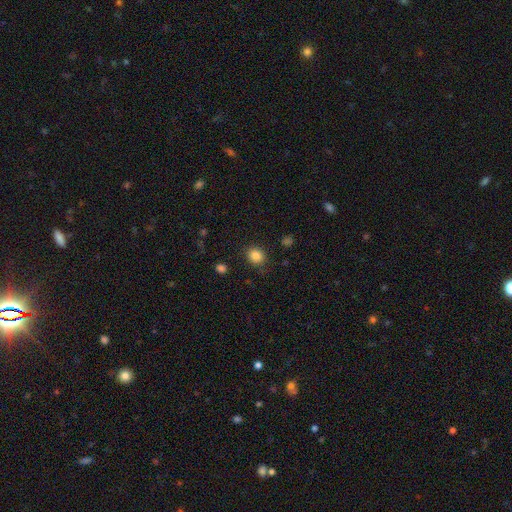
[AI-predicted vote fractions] Q: Smooth or featured?
A: smooth (85%); runner-up: star or artifact (11%)
Q: How rounded?
A: round (77%); runner-up: in between (22%)
Q: Merging?
A: none (87%); runner-up: minor disturbance (9%)